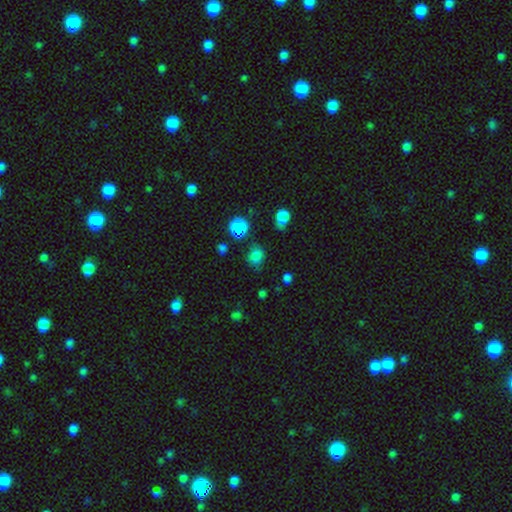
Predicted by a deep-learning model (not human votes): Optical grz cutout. It shows a smooth galaxy with no disk features (75%) that is round (67%). Merging: none (70%).